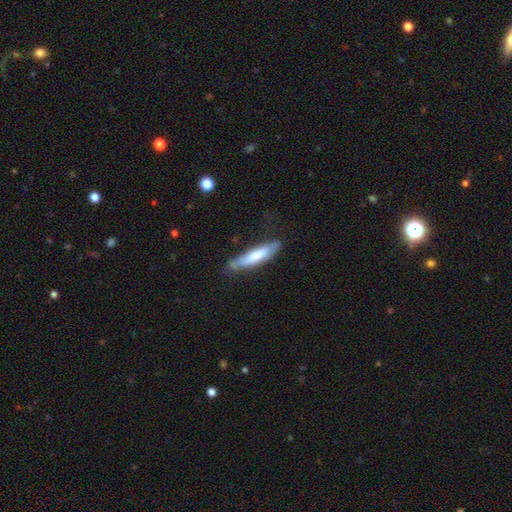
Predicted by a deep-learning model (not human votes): This appears to be a smooth galaxy with no disk features (64%) that is cigar-shaped (79%). Merging: none (64%).